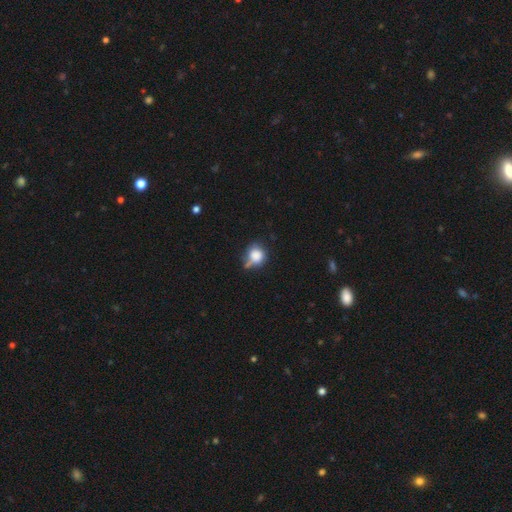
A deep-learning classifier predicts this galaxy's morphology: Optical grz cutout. It shows a smooth galaxy with no disk features (82%) that is round (82%). Merging: none (49%).